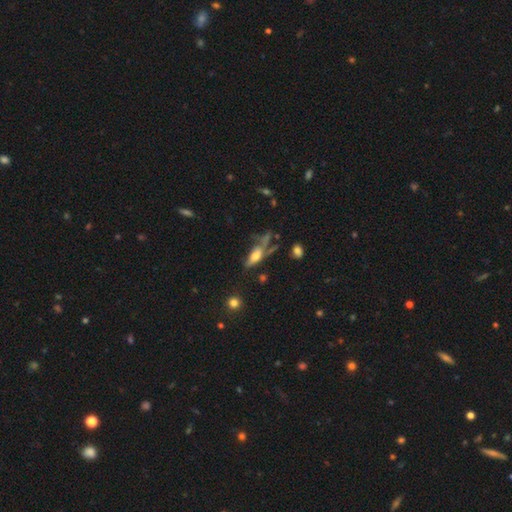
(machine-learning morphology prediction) Smooth or featured?
  - smooth: 52% *
  - featured or disk: 37%
  - star or artifact: 11%
How rounded?
  - in between: 60% *
  - cigar-shaped: 36%
  - round: 4%
Merging?
  - none: 40% *
  - minor disturbance: 22%
  - major disturbance: 20%
  - merger: 19%